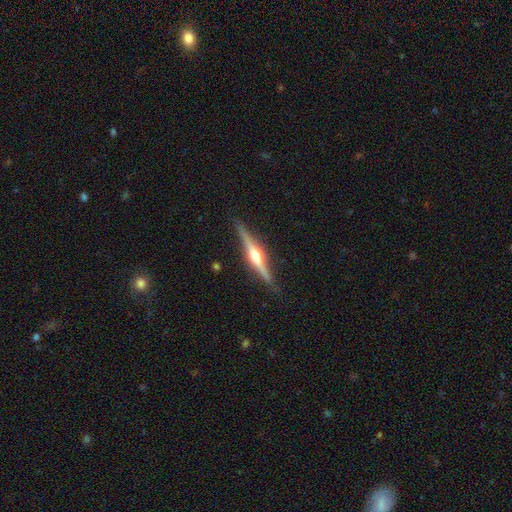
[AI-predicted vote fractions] This appears to be a featured or disk galaxy (80%) viewed edge-on (98%) with a rounded central bulge (92%). Merging: none (88%).